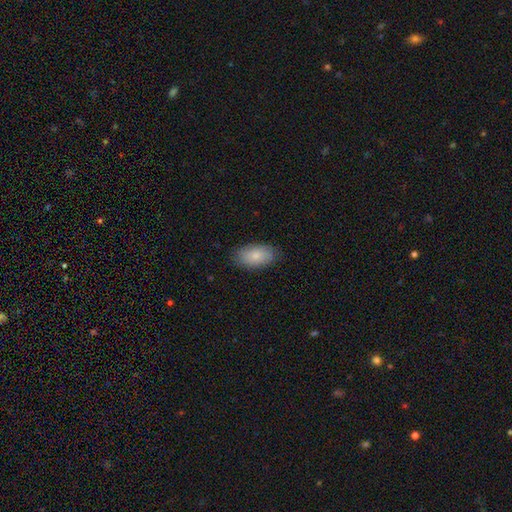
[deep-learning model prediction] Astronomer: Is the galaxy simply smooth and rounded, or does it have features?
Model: smooth — 82%.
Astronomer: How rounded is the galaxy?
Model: in between — 94%.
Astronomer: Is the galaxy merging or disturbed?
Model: none — 84%.